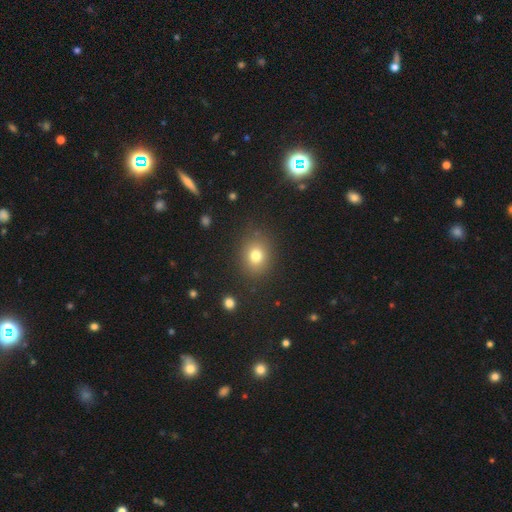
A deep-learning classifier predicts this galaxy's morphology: smooth-or-featured: smooth: 77% | star or artifact: 14% | featured or disk: 10%
  how-rounded: round: 60% | in between: 39% | cigar-shaped: 1%
  merging: none: 85% | minor disturbance: 10% | major disturbance: 4% | merger: 2%